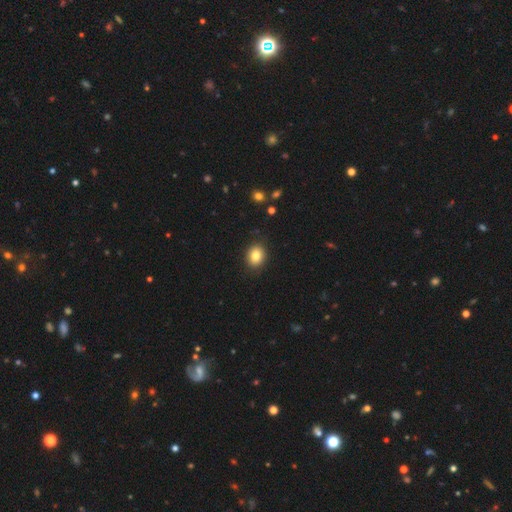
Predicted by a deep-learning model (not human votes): A smooth galaxy with no disk features (83%) that is round (51%).

Vote fractions:
- Smooth or featured? smooth: 83% / star or artifact: 10% / featured or disk: 8%
- How rounded? round: 51% / in between: 48% / cigar-shaped: 1%
- Merging? none: 88% / minor disturbance: 8% / major disturbance: 2% / merger: 1%